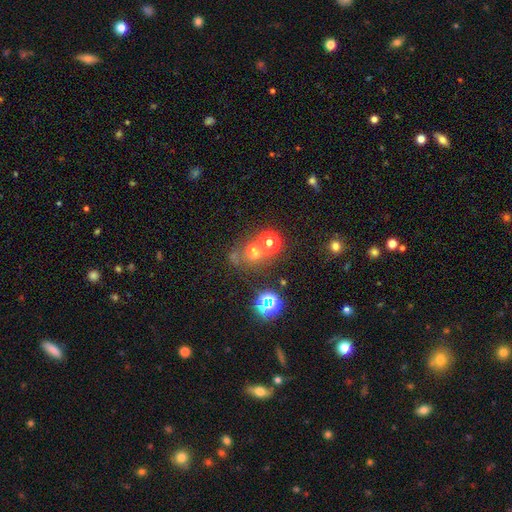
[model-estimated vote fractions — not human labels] Q: Smooth or featured?
A: star or artifact (48%); runner-up: smooth (39%)